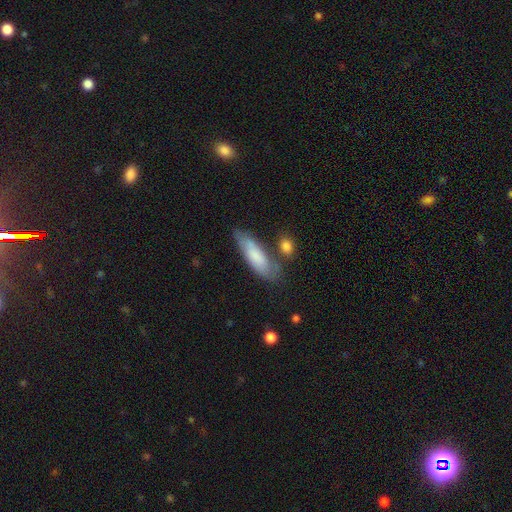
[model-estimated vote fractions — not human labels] Smooth or featured?
  - smooth: 72% *
  - featured or disk: 22%
  - star or artifact: 6%
How rounded?
  - in between: 51% *
  - cigar-shaped: 47%
  - round: 2%
Merging?
  - none: 58% *
  - minor disturbance: 22%
  - merger: 12%
  - major disturbance: 8%